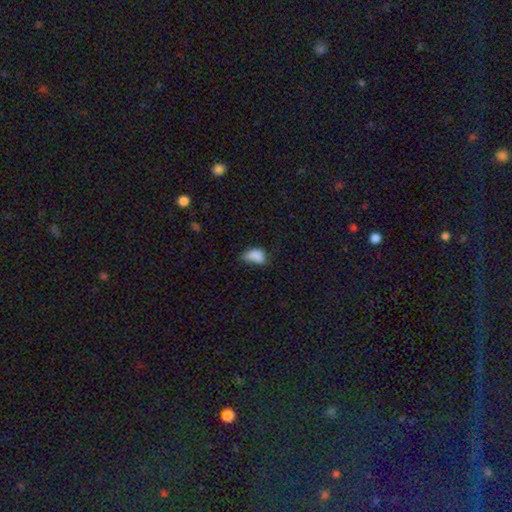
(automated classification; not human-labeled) Morphology: type=smooth (79%); roundness=in between (87%); merging=minor disturbance (38%).